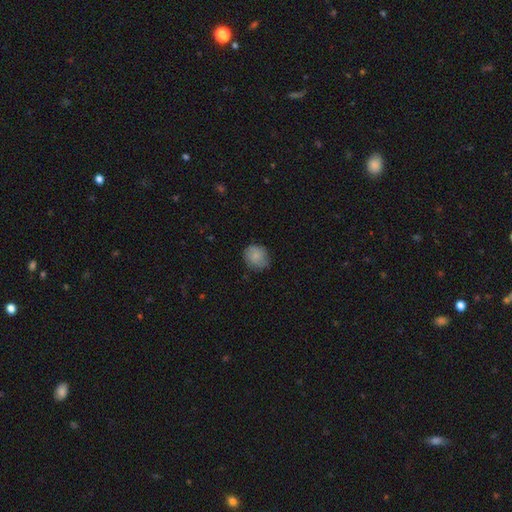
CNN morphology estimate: smooth_or_featured: smooth (p=0.79) [alt: featured or disk p=0.13]
how_rounded: round (p=0.74) [alt: in between p=0.25]
merging: none (p=0.77) [alt: minor disturbance p=0.18]